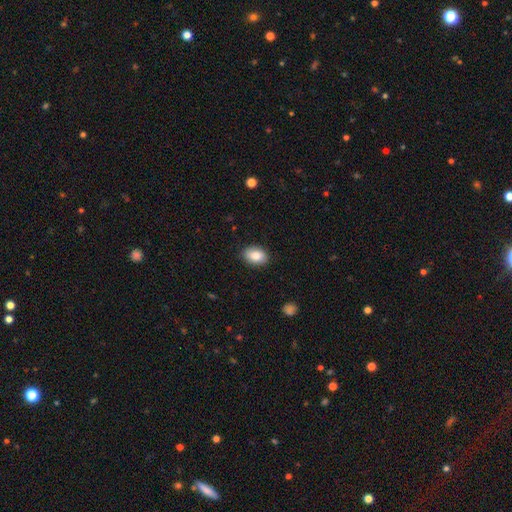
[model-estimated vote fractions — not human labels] Smooth or featured? Predicted: smooth (p=0.87). How rounded? Predicted: in between (p=0.84). Merging? Predicted: none (p=0.88).